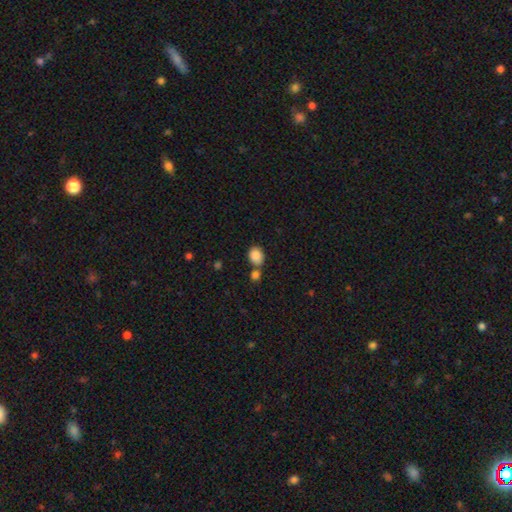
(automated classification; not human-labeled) A smooth galaxy with no disk features (87%) that is in between round and cigar-shaped (58%).

Vote fractions:
- Smooth or featured? smooth: 87% / star or artifact: 9% / featured or disk: 4%
- How rounded? in between: 58% / round: 41% / cigar-shaped: 1%
- Merging? none: 56% / merger: 28% / minor disturbance: 12% / major disturbance: 4%